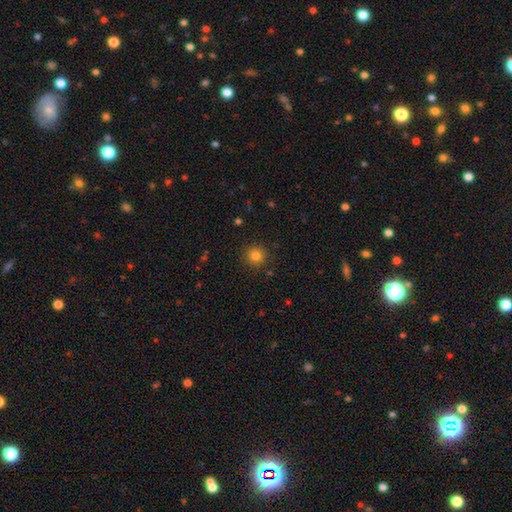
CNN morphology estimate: Overall: smooth (82%). How rounded: round (94%). Merging: none (90%).